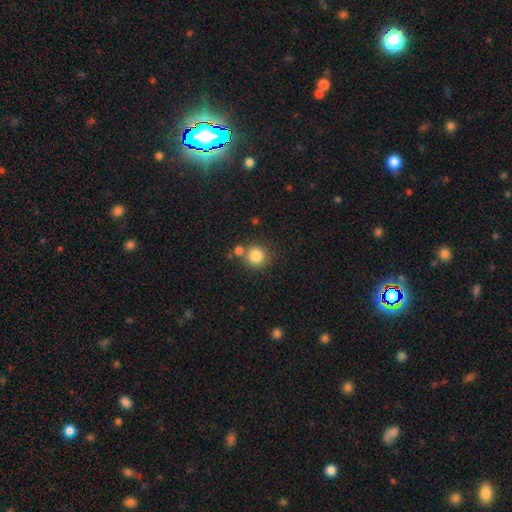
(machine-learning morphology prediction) This is clearly a smooth galaxy (84%). How rounded: clearly round (92%). Merging: likely none (70%).